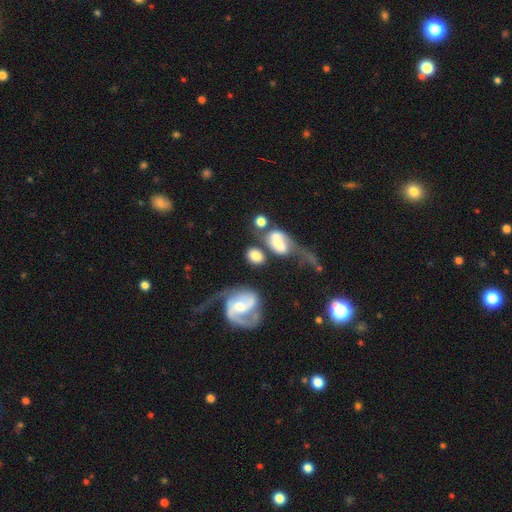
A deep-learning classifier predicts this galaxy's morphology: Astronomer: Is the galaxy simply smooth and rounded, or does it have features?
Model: smooth — 61%.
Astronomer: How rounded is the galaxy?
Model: in between — 71%.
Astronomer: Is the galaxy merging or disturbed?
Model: merger — 37% (runner-up: none, 32%).